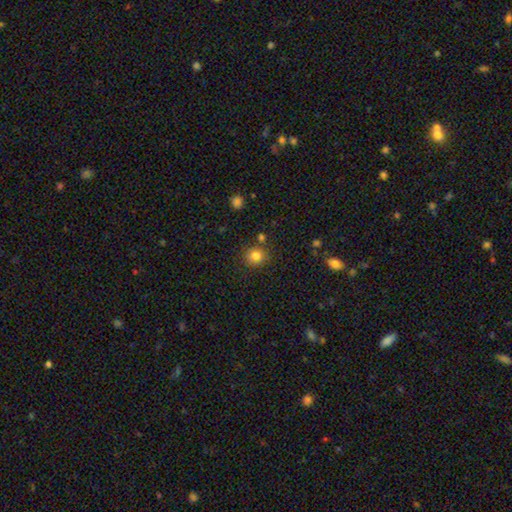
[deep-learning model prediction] Overall: smooth (83%). How rounded: round (87%). Merging: none (82%).